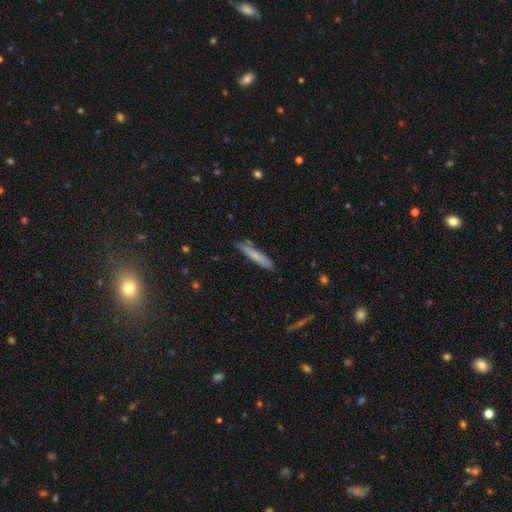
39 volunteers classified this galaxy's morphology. A smooth galaxy with no disk features (74%) that is cigar-shaped (97%).

Vote fractions:
- Smooth or featured? smooth: 74% / featured or disk: 26% / star or artifact: 0%
- How rounded? cigar-shaped: 97% / in between: 3% / round: 0%
- Merging? none: 79% / minor disturbance: 13% / merger: 5% / major disturbance: 3%